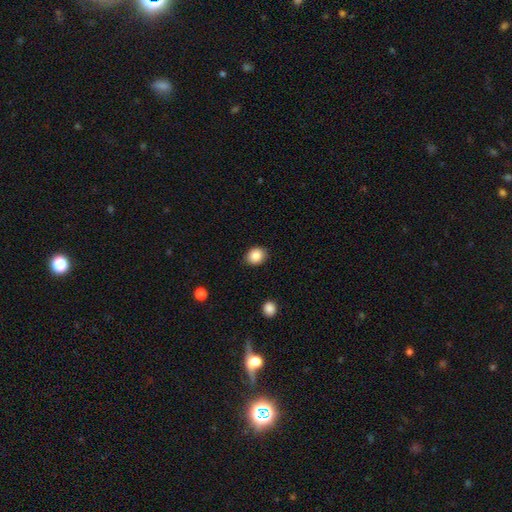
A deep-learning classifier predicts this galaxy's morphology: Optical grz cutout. It shows a smooth galaxy with no disk features (87%) that is round (57%). Merging: none (88%).